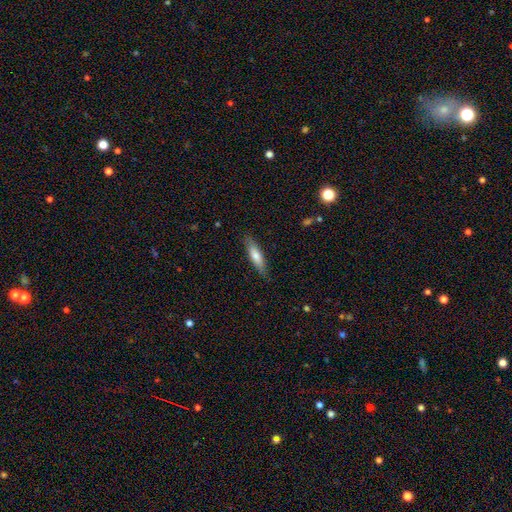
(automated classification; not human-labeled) smooth-or-featured: smooth: 67% | featured or disk: 27% | star or artifact: 6%
  how-rounded: cigar-shaped: 70% | in between: 29% | round: 2%
  merging: none: 86% | minor disturbance: 11% | major disturbance: 2% | merger: 1%